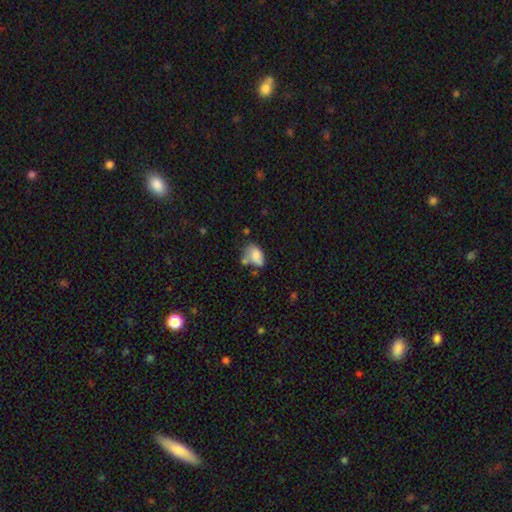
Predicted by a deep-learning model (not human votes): Smooth or featured?
  - smooth: 76% *
  - featured or disk: 16%
  - star or artifact: 9%
How rounded?
  - in between: 87% *
  - round: 11%
  - cigar-shaped: 2%
Merging?
  - none: 37% *
  - minor disturbance: 28%
  - merger: 22%
  - major disturbance: 13%